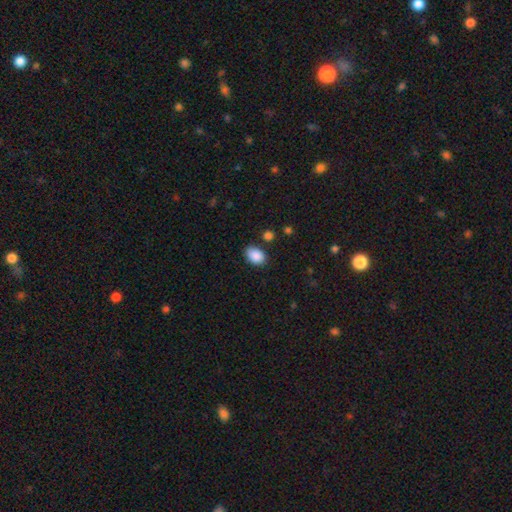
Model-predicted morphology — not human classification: smooth_or_featured: smooth (p=0.89) [alt: star or artifact p=0.08]
how_rounded: in between (p=0.82) [alt: round p=0.17]
merging: none (p=0.78) [alt: minor disturbance p=0.15]